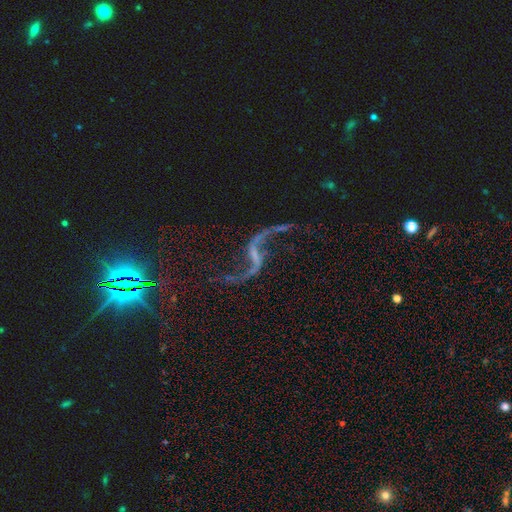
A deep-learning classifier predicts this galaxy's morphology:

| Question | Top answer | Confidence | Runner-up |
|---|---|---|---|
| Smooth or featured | featured or disk | 87% | star or artifact (10%) |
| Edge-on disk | no | 96% | yes (4%) |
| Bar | weak | 40% | no (30%) |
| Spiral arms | yes | 96% | no (4%) |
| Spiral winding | loose | 94% | medium (4%) |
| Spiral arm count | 2 | 94% | 1 (2%) |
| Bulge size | none | 46% | small (43%) |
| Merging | none | 69% | minor disturbance (14%) |